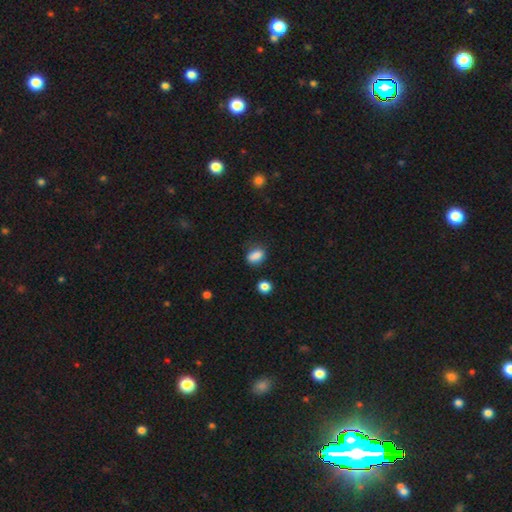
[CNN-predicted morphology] Smooth or featured? Predicted: smooth (p=0.85). How rounded? Predicted: in between (p=0.78). Merging? Predicted: none (p=0.71).